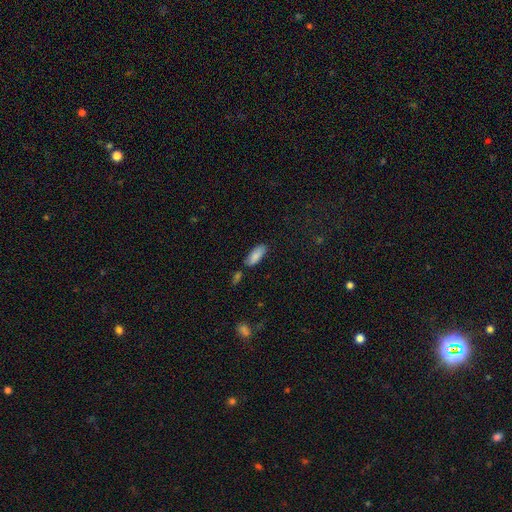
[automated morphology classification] A smooth galaxy with no disk features (86%) that is in between round and cigar-shaped (79%).

Vote fractions:
- Smooth or featured? smooth: 86% / featured or disk: 7% / star or artifact: 7%
- How rounded? in between: 79% / cigar-shaped: 19% / round: 2%
- Merging? none: 72% / minor disturbance: 16% / merger: 8% / major disturbance: 4%